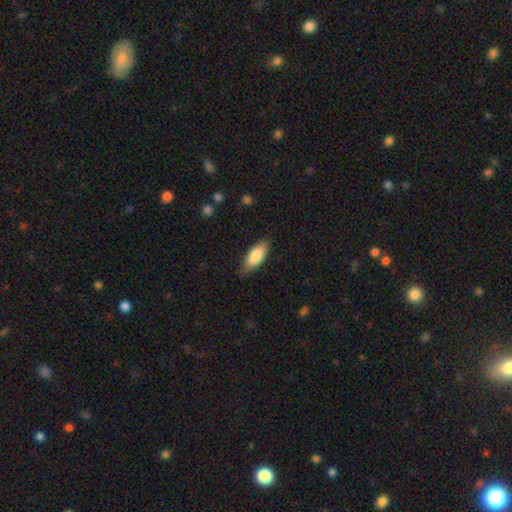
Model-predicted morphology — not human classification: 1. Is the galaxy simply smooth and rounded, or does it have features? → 84% smooth, 10% featured or disk, 6% star or artifact.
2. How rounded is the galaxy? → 80% in between, 18% cigar-shaped, 2% round.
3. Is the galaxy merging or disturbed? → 80% none, 16% minor disturbance, 3% major disturbance, 1% merger.